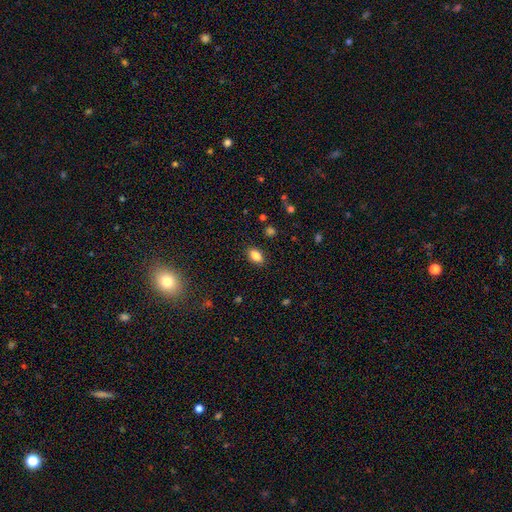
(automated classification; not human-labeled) A smooth galaxy with no disk features (86%) that is in between round and cigar-shaped (88%).

Vote fractions:
- Smooth or featured? smooth: 86% / star or artifact: 9% / featured or disk: 5%
- How rounded? in between: 88% / round: 10% / cigar-shaped: 2%
- Merging? none: 87% / minor disturbance: 9% / major disturbance: 2% / merger: 1%